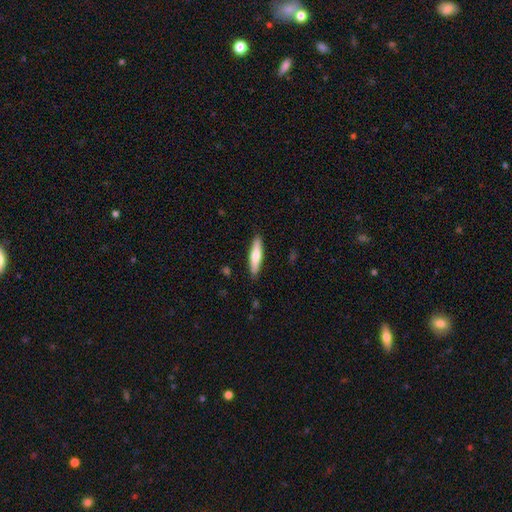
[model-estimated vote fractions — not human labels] This appears to be a smooth galaxy with no disk features (66%) that is cigar-shaped (79%). Merging: none (89%).